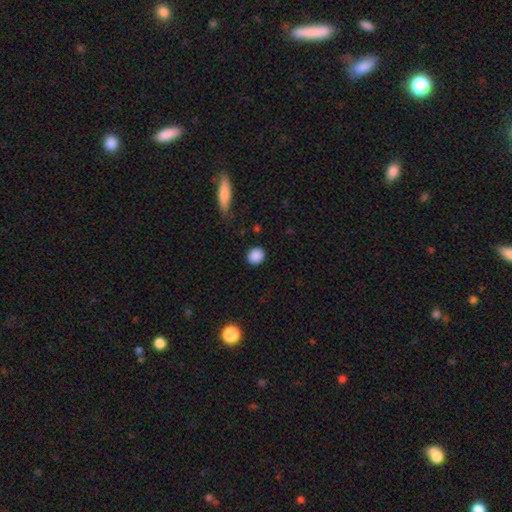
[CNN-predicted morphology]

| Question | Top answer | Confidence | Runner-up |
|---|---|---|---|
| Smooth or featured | smooth | 88% | star or artifact (9%) |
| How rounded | round | 87% | in between (12%) |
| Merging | none | 88% | minor disturbance (8%) |